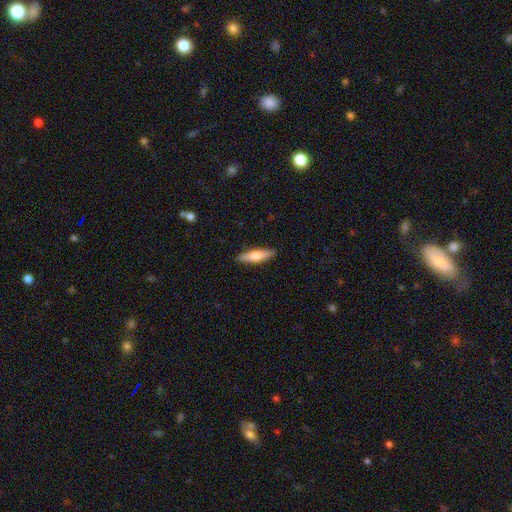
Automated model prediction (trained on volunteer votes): Smooth or featured? smooth (63%)
How rounded? cigar-shaped (64%)
Merging? none (89%)